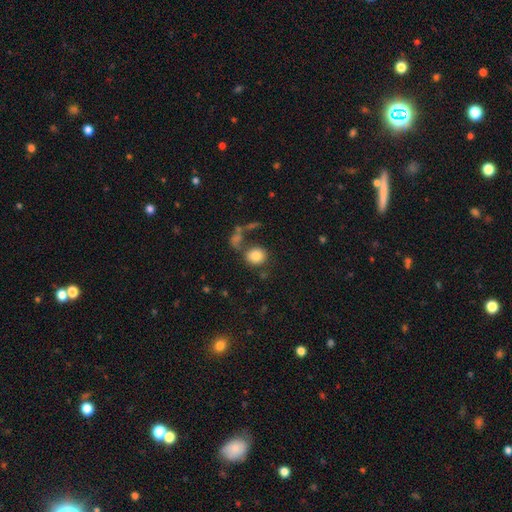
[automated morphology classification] type=smooth (83%); roundness=round (73%); merging=none (67%).